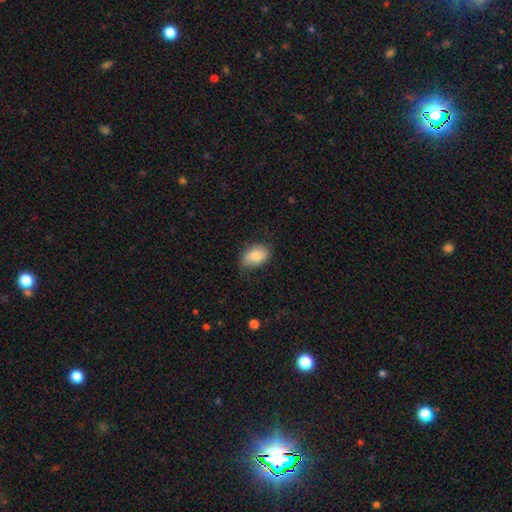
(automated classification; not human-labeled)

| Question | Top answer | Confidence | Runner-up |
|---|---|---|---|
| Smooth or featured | smooth | 80% | featured or disk (13%) |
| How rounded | in between | 86% | round (12%) |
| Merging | none | 74% | minor disturbance (21%) |